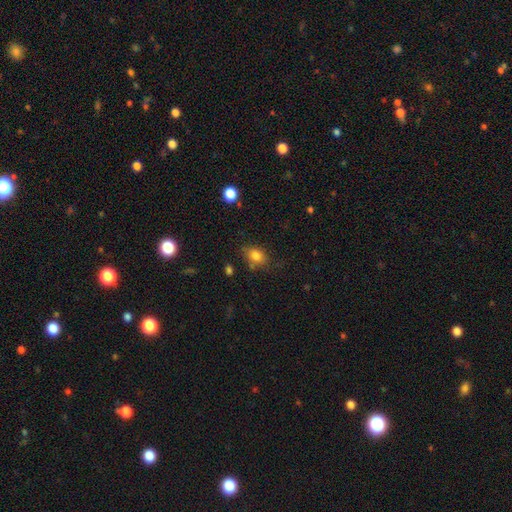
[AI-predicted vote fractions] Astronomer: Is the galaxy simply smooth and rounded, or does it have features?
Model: smooth — 81%.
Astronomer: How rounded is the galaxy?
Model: in between — 72%.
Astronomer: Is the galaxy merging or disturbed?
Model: none — 65%.